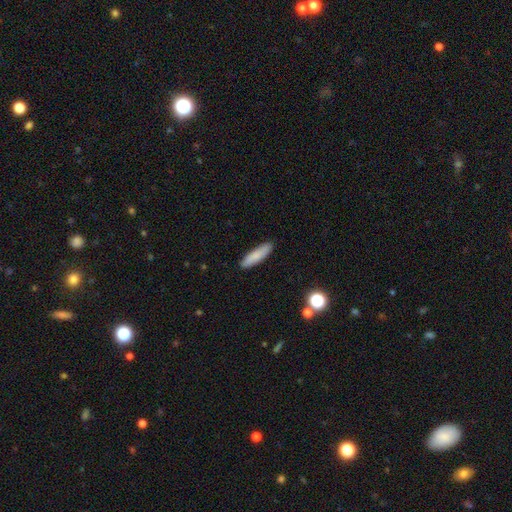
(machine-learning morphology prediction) This appears to be a smooth galaxy with no disk features (83%) that is cigar-shaped (72%). Merging: none (89%).